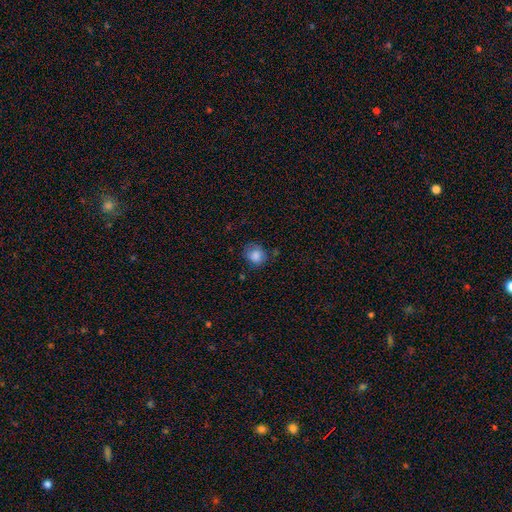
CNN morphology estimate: type=smooth (82%); roundness=round (74%); merging=none (65%).